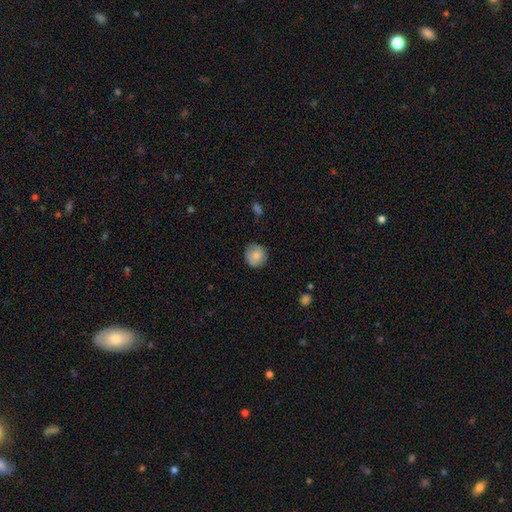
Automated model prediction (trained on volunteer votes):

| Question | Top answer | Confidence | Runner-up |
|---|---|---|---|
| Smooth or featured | smooth | 74% | featured or disk (19%) |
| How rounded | round | 87% | in between (12%) |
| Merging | none | 81% | minor disturbance (15%) |